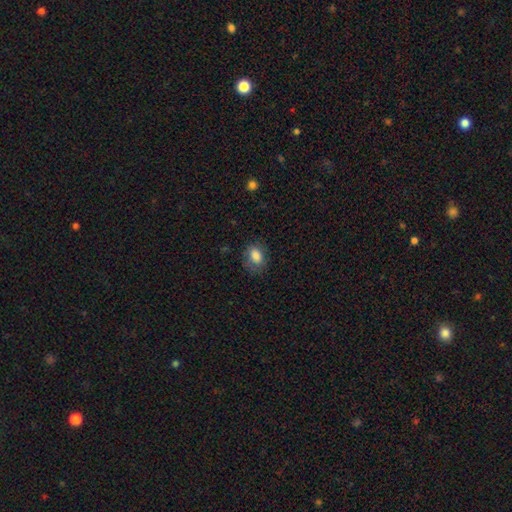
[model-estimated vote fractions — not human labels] The model was most divided on "how rounded": in between: 73%, round: 25%, cigar-shaped: 1%. More confident: smooth or featured — smooth (83%); merging — none (71%).